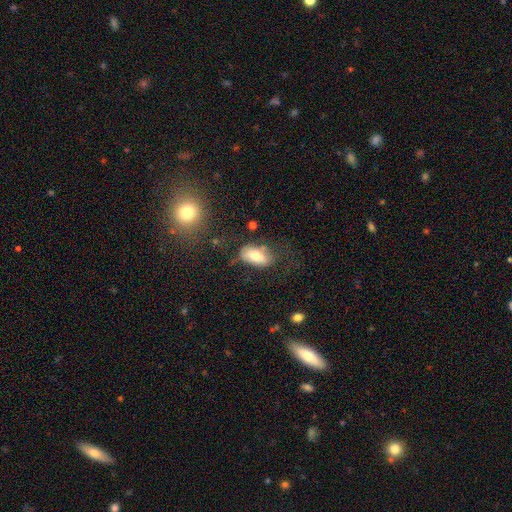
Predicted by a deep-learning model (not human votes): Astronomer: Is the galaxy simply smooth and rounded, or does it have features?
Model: smooth — 73%.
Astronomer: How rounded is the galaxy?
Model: in between — 92%.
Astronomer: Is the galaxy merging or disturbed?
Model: none — 54%.